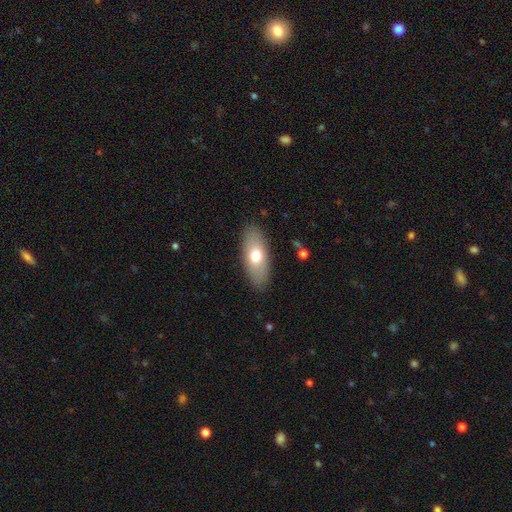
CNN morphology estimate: This is likely a smooth galaxy (69%). How rounded: clearly in between (82%). Merging: clearly none (87%).